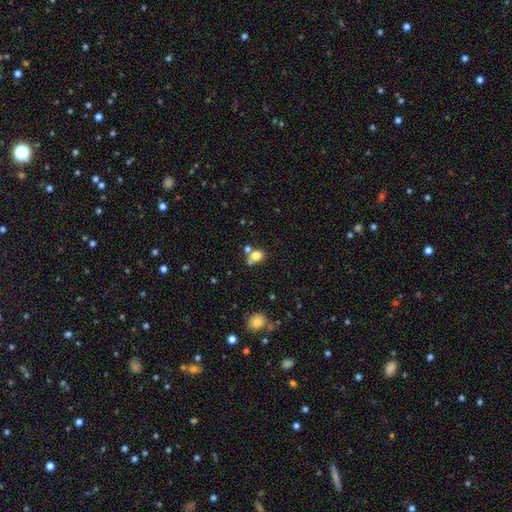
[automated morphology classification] smooth-or-featured: smooth: 78% | star or artifact: 12% | featured or disk: 10%
  how-rounded: round: 58% | in between: 41% | cigar-shaped: 1%
  merging: none: 51% | merger: 33% | minor disturbance: 11% | major disturbance: 5%